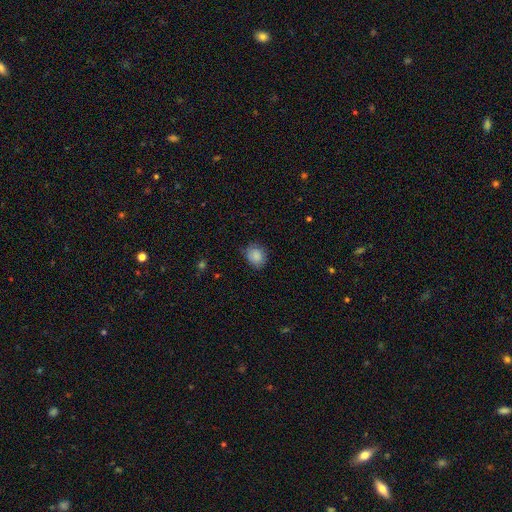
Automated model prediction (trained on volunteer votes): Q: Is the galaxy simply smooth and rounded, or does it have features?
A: smooth — 85%.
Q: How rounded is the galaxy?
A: round — 59%.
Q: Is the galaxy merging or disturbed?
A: none — 76%.